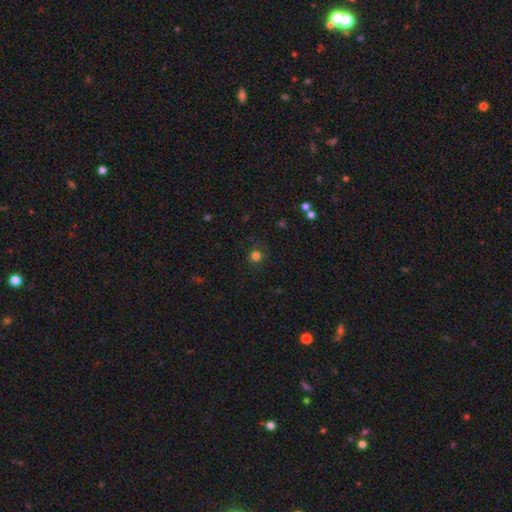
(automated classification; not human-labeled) Smooth or featured? smooth (75%)
How rounded? round (90%)
Merging? none (79%)